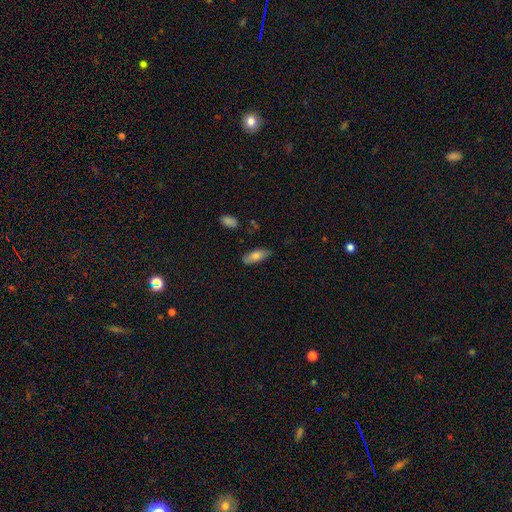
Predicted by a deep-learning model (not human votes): Q: Smooth or featured?
A: smooth (75%); runner-up: featured or disk (18%)
Q: How rounded?
A: in between (72%); runner-up: cigar-shaped (26%)
Q: Merging?
A: none (78%); runner-up: minor disturbance (18%)